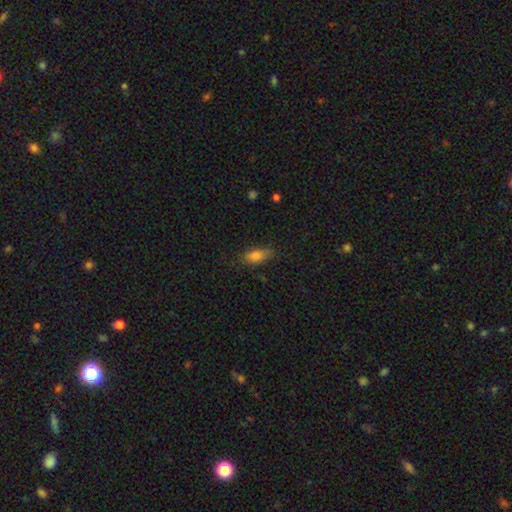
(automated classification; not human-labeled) Smooth or featured: smooth — 80% (featured or disk — 10%)
How rounded: in between — 81% (cigar-shaped — 15%)
Merging: none — 77% (minor disturbance — 17%)